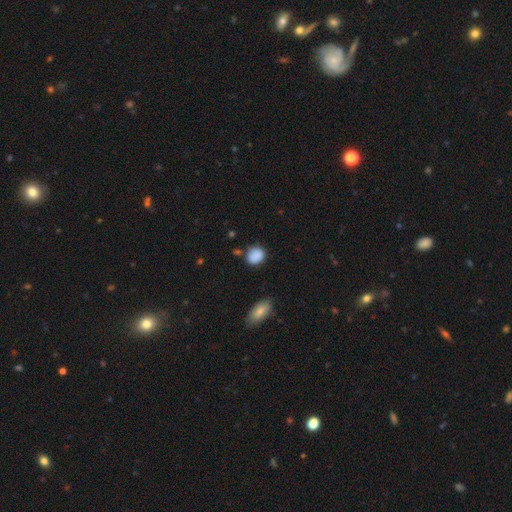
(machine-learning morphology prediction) Smooth or featured? Predicted: smooth (p=0.87). How rounded? Predicted: round (p=0.72). Merging? Predicted: none (p=0.74).